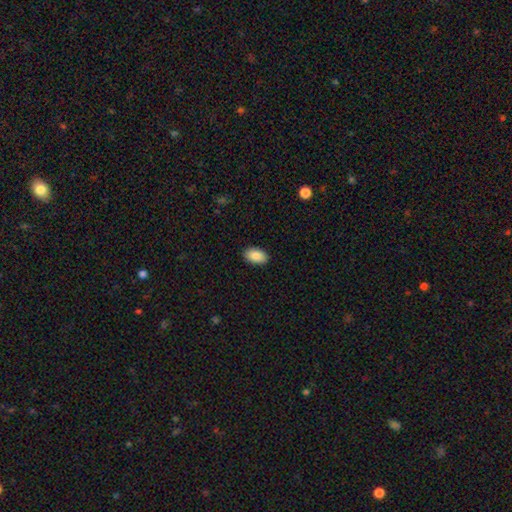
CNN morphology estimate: smooth_or_featured: smooth (p=0.88) [alt: star or artifact p=0.07]
how_rounded: in between (p=0.93) [alt: round p=0.06]
merging: none (p=0.90) [alt: minor disturbance p=0.07]